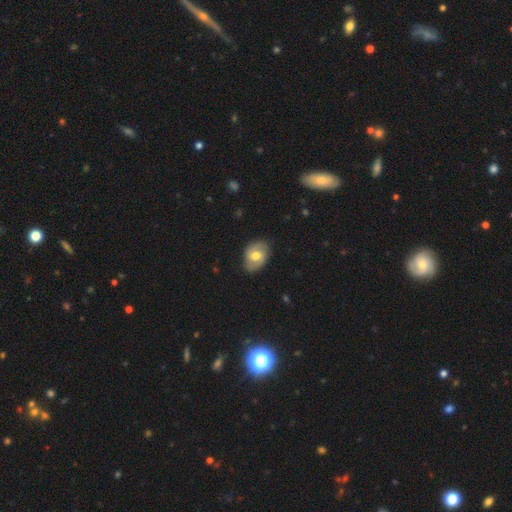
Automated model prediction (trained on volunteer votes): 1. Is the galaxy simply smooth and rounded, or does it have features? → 47% smooth (tied), 47% featured or disk (tied), 7% star or artifact.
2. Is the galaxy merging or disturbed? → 80% none, 16% minor disturbance, 4% major disturbance, 1% merger.